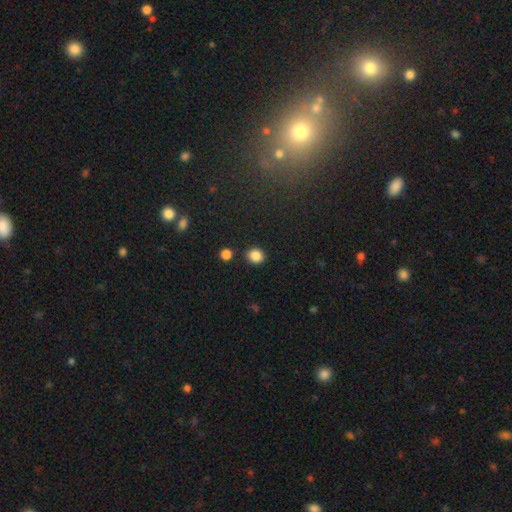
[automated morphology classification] smooth_or_featured: smooth (p=0.86) [alt: star or artifact p=0.10]
how_rounded: round (p=0.75) [alt: in between p=0.24]
merging: none (p=0.85) [alt: minor disturbance p=0.08]